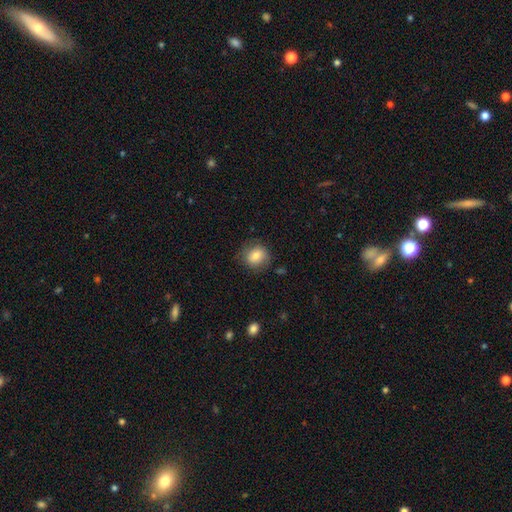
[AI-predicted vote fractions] Smooth or featured: smooth — 81% (featured or disk — 10%)
How rounded: round — 75% (in between — 24%)
Merging: none — 79% (minor disturbance — 15%)